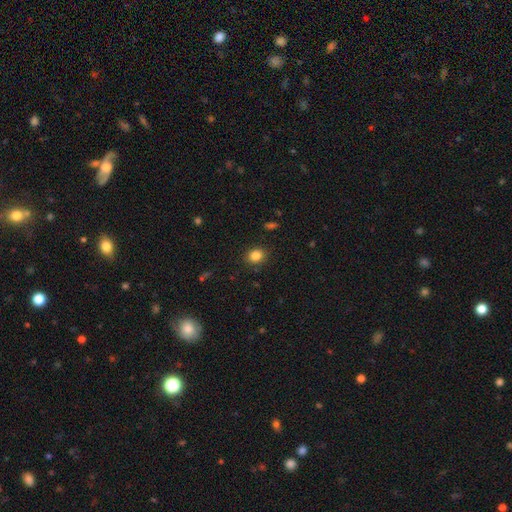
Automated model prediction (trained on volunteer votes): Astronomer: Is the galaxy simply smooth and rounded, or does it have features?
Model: smooth — 84%.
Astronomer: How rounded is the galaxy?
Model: round — 64%.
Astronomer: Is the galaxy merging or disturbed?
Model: none — 89%.